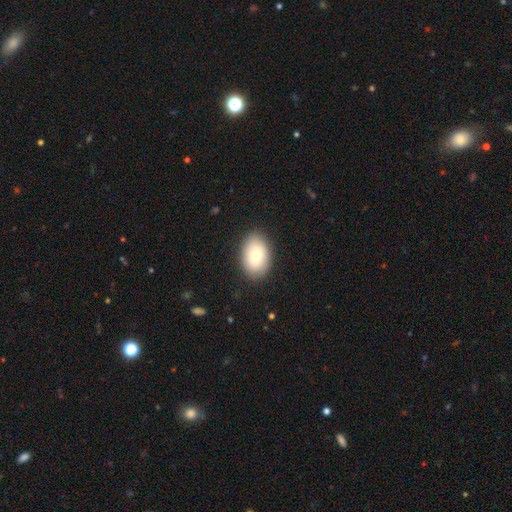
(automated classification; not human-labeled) Smooth or featured: smooth — 76% (featured or disk — 16%)
How rounded: in between — 80% (round — 19%)
Merging: none — 87% (minor disturbance — 9%)